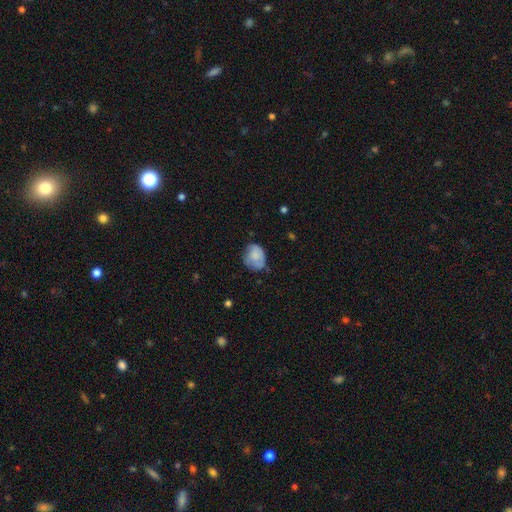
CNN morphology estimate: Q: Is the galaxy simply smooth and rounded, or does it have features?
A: smooth — 72%.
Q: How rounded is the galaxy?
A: in between — 52%.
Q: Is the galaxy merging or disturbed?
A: none — 51%.